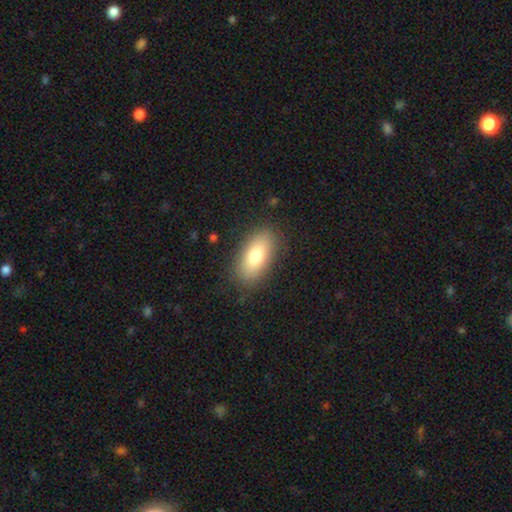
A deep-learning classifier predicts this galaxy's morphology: Overall: smooth (78%). How rounded: in between (89%). Merging: none (85%).